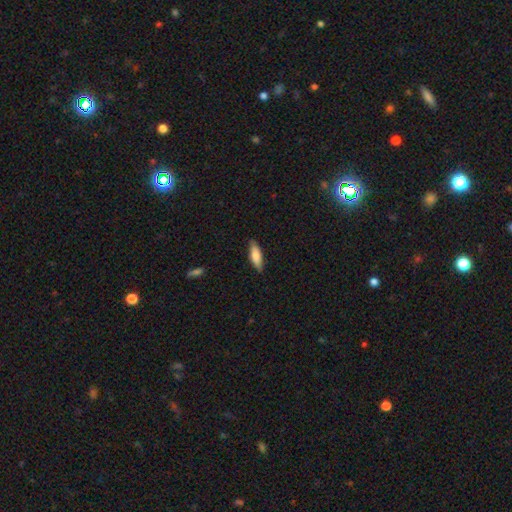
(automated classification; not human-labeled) This appears to be a smooth galaxy with no disk features (80%) that is cigar-shaped (51%). Merging: none (85%).